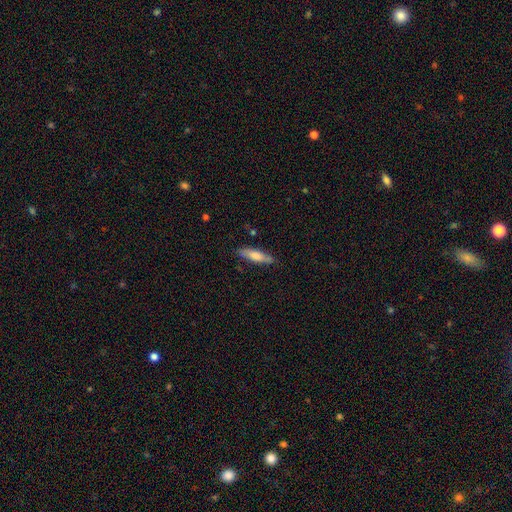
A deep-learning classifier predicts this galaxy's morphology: A smooth galaxy with no disk features (69%) that is cigar-shaped (67%). Merging: none (79%).